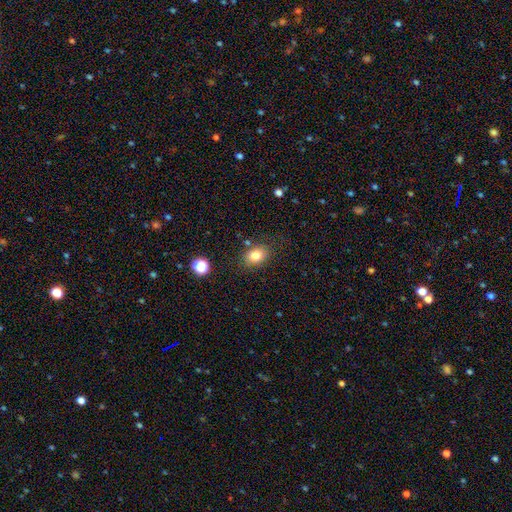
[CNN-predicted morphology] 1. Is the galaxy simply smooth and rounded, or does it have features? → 80% smooth, 11% star or artifact, 8% featured or disk.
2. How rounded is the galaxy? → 62% in between, 37% round, 1% cigar-shaped.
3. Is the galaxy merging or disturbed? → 79% none, 13% minor disturbance, 4% major disturbance, 4% merger.